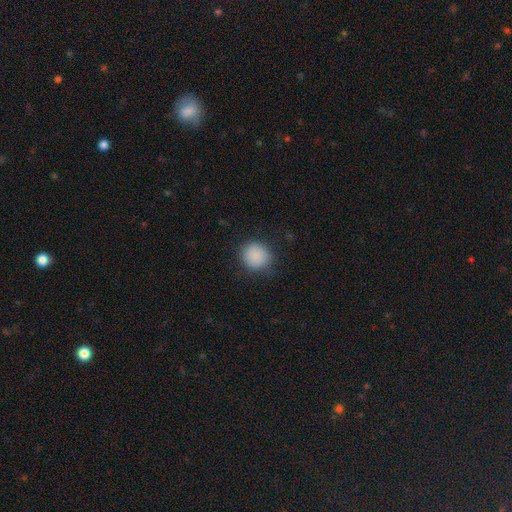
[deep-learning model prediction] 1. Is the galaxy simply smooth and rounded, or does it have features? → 88% smooth, 8% star or artifact, 4% featured or disk.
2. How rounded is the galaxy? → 88% round, 11% in between, 1% cigar-shaped.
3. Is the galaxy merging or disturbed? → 84% none, 11% minor disturbance, 4% major disturbance, 1% merger.